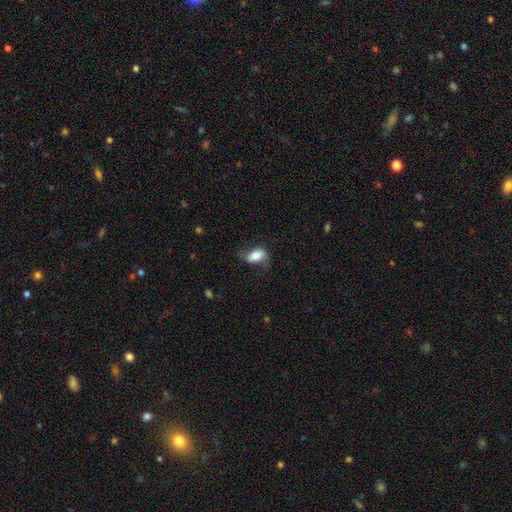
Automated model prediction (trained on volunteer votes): This is likely a smooth galaxy (68%). How rounded: clearly in between (88%). Merging: possibly none (52%).